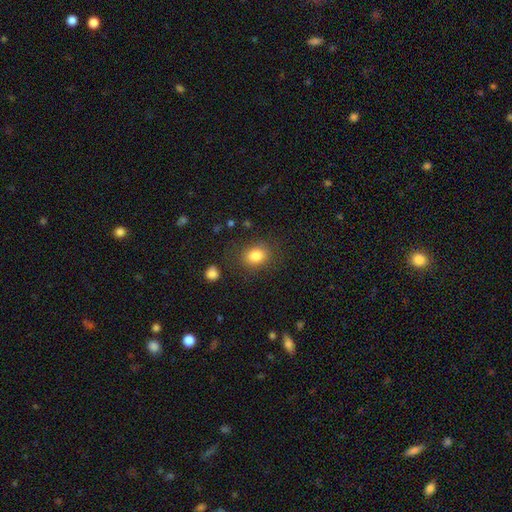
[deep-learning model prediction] A smooth galaxy with no disk features (84%) that is round (50%).

Vote fractions:
- Smooth or featured? smooth: 84% / star or artifact: 10% / featured or disk: 7%
- How rounded? round: 50% / in between: 49% / cigar-shaped: 1%
- Merging? none: 80% / minor disturbance: 13% / major disturbance: 5% / merger: 2%